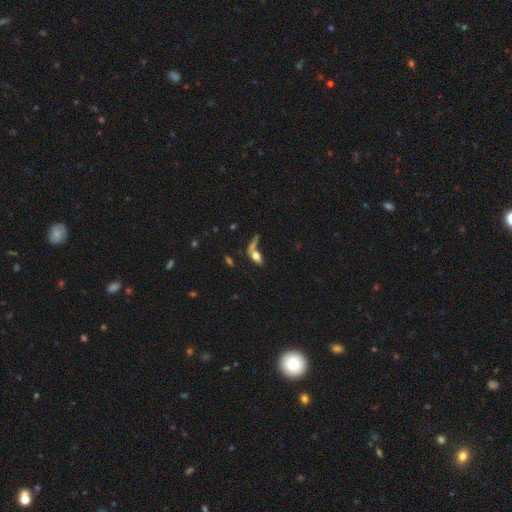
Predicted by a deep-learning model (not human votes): This appears to be a smooth galaxy with no disk features (65%) that is in between round and cigar-shaped (72%). Merging: merger (36%).